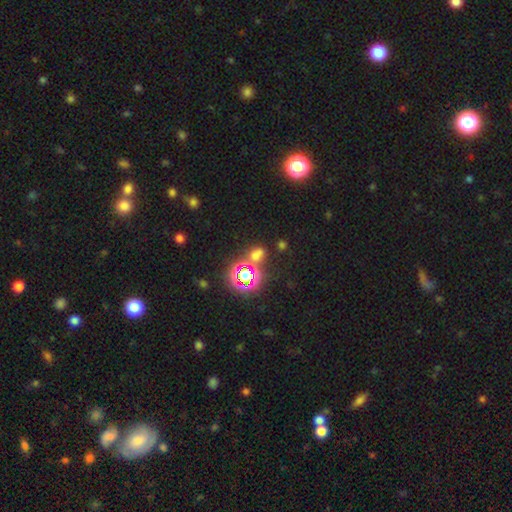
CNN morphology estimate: Overall: star or artifact (54%; smooth 37%).